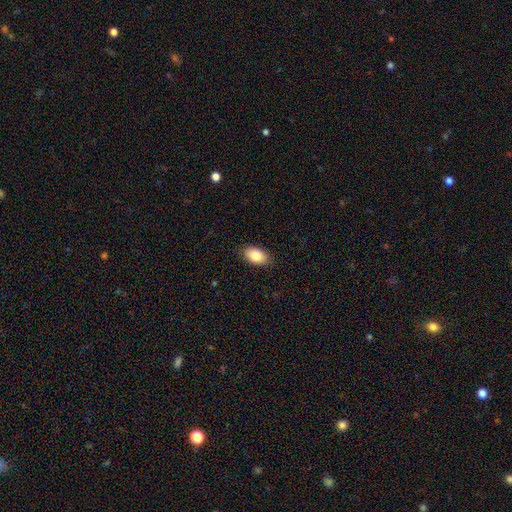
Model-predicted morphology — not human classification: Q: Smooth or featured?
A: smooth (85%); runner-up: featured or disk (8%)
Q: How rounded?
A: in between (92%); runner-up: round (6%)
Q: Merging?
A: none (87%); runner-up: minor disturbance (10%)